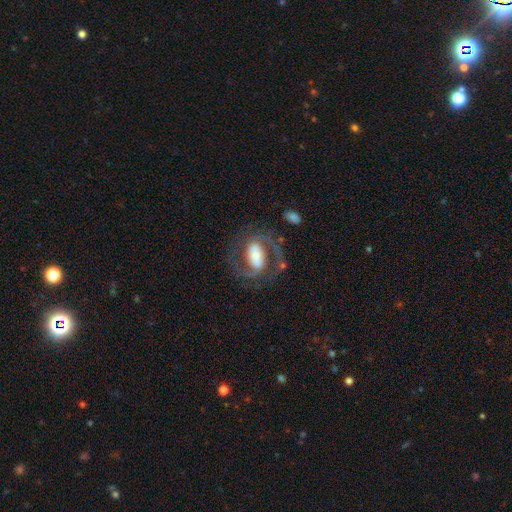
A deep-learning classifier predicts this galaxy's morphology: This appears to be a featured or disk galaxy (82%) with a strong bar (49%), 2 (90%) medium (56%) spiral arms (94%) and a moderate central bulge (34%). Merging: none (68%).